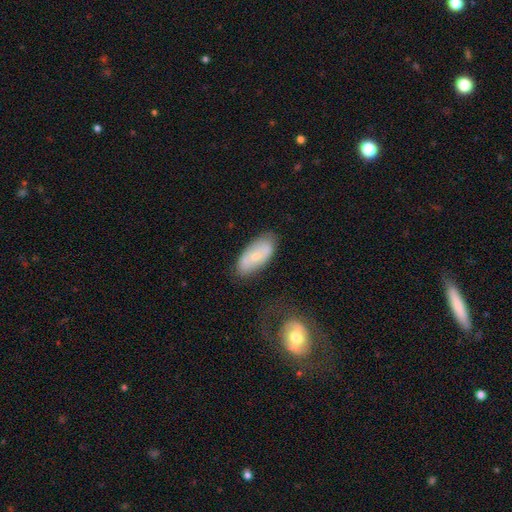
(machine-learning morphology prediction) Overall: smooth (55%; featured or disk 38%). How rounded: in between (88%). Merging: none (73%).